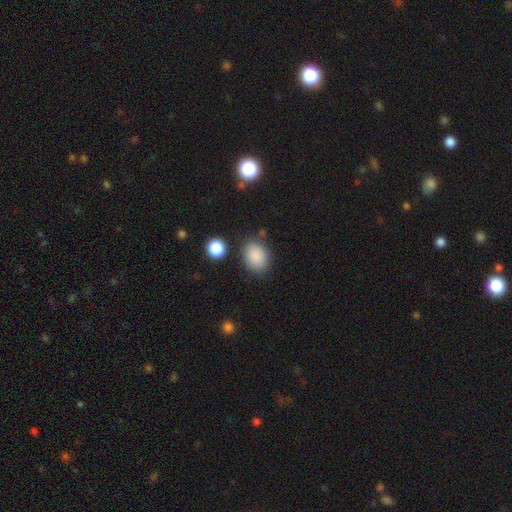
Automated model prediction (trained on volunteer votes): smooth-or-featured: smooth: 87% | star or artifact: 9% | featured or disk: 4%
  how-rounded: in between: 67% | round: 32% | cigar-shaped: 1%
  merging: none: 80% | minor disturbance: 13% | major disturbance: 4% | merger: 4%